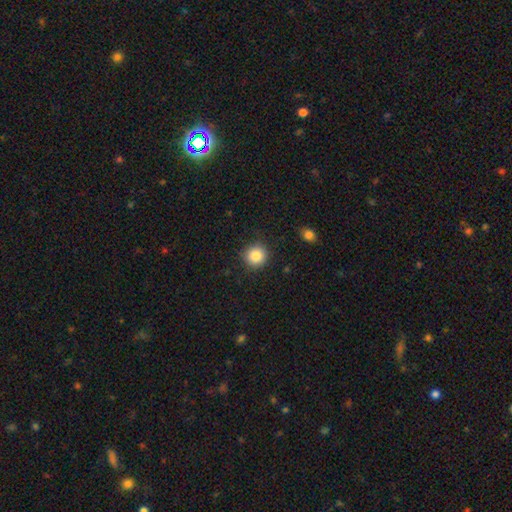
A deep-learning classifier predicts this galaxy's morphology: Q: Smooth or featured?
A: smooth (85%); runner-up: star or artifact (10%)
Q: How rounded?
A: round (93%); runner-up: in between (6%)
Q: Merging?
A: none (90%); runner-up: minor disturbance (7%)